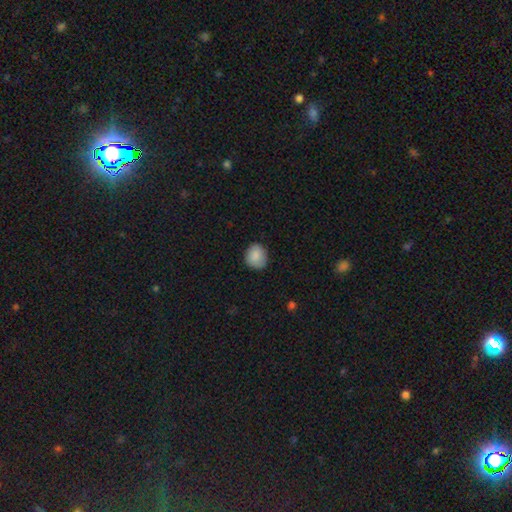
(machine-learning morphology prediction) Overall: smooth (87%). How rounded: round (72%). Merging: none (83%).